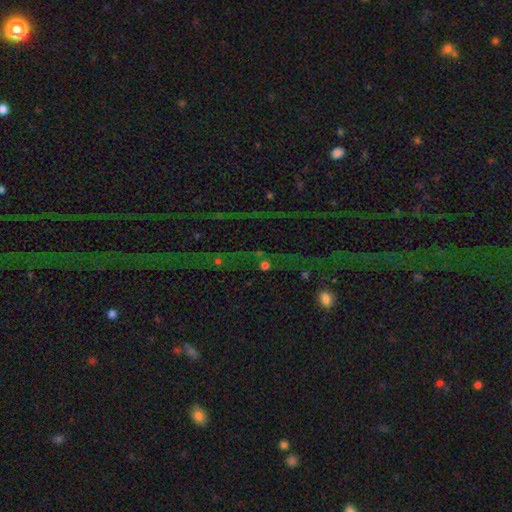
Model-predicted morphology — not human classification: type=star or artifact (81%).